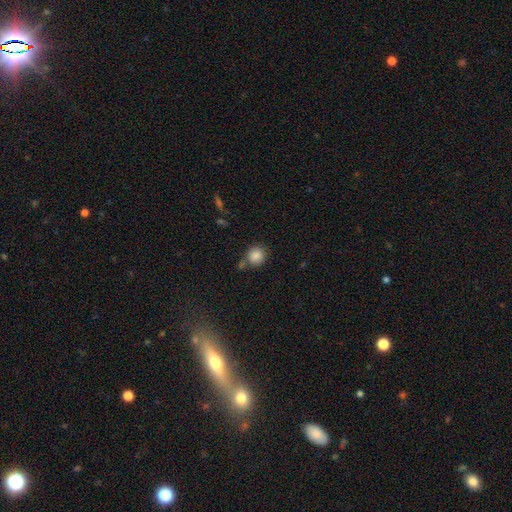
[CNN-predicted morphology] The model was most divided on "merging": none: 69%, merger: 15%, minor disturbance: 12%, major disturbance: 4%. More confident: how rounded — round (91%); smooth or featured — smooth (86%).